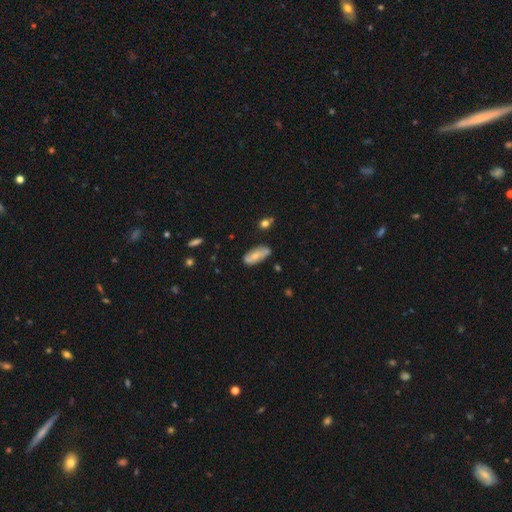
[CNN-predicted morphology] Overall: smooth (61%; featured or disk 32%). How rounded: in between (78%). Merging: none (75%).